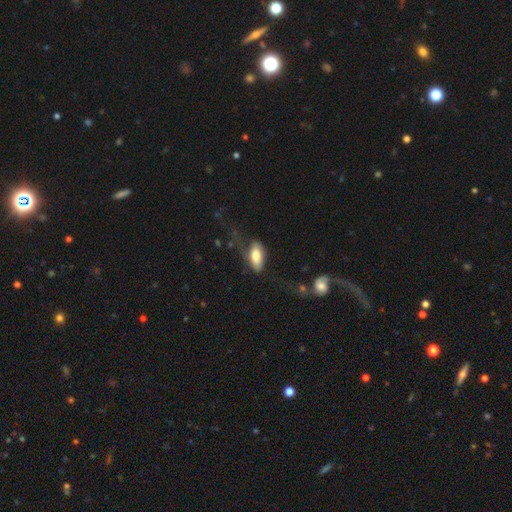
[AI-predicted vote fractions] Q: Smooth or featured?
A: smooth (73%); runner-up: featured or disk (21%)
Q: How rounded?
A: in between (86%); runner-up: cigar-shaped (11%)
Q: Merging?
A: none (40%); runner-up: major disturbance (30%)